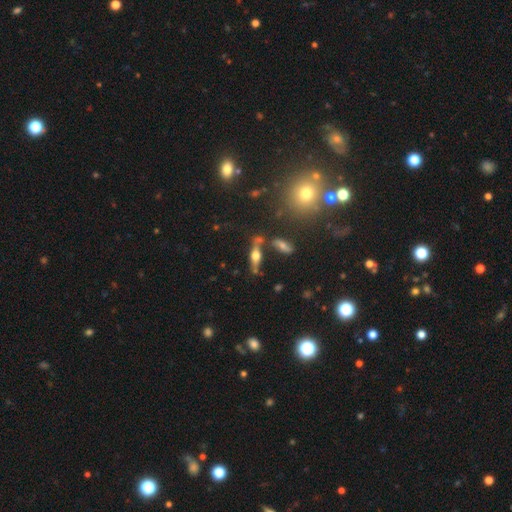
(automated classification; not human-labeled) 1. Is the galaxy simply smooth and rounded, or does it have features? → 58% featured or disk, 32% smooth, 10% star or artifact.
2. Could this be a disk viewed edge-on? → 89% yes, 11% no.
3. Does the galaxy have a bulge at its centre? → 93% rounded, 4% boxy, 2% none.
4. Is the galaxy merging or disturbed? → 64% none, 15% merger, 14% minor disturbance, 6% major disturbance.